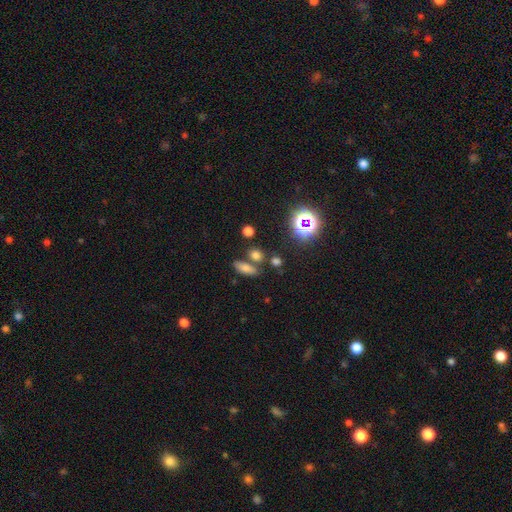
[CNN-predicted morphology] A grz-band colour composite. It shows a smooth galaxy with no disk features (68%) that is in between round and cigar-shaped (53%). Merging: none (68%).